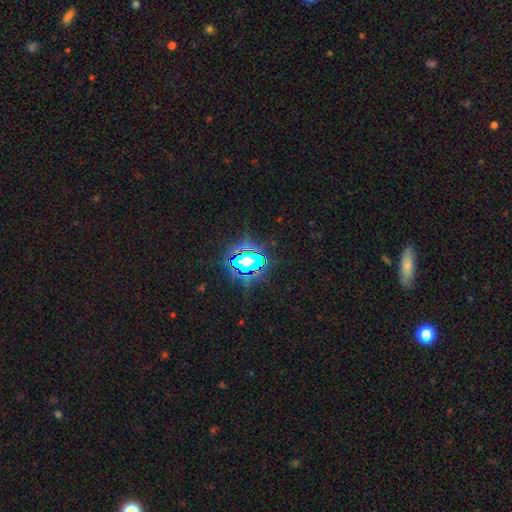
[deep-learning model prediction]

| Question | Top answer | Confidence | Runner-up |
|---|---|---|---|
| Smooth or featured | star or artifact | 78% | smooth (14%) |